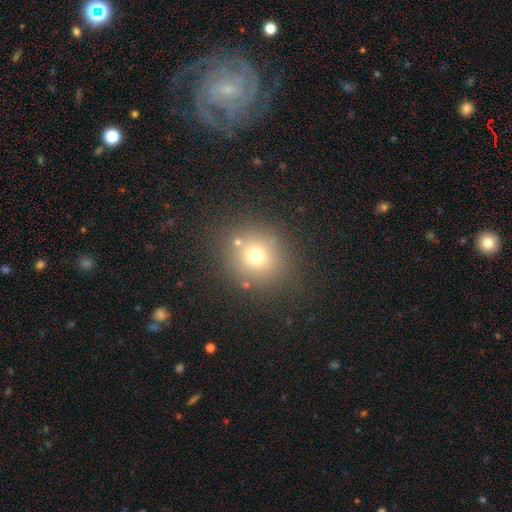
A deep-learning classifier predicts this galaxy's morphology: Smooth or featured? Predicted: smooth (p=0.68). How rounded? Predicted: round (p=0.86). Merging? Predicted: none (p=0.80).